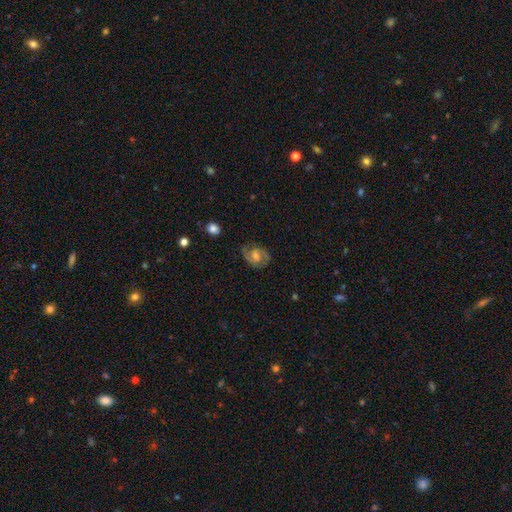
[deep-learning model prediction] Smooth or featured: featured or disk — 78% (smooth — 15%)
Edge-on disk: no — 97% (yes — 3%)
Bar: weak — 50% (no — 37%)
Spiral arms: yes — 94% (no — 6%)
Spiral winding: medium — 52% (tight — 34%)
Spiral arm count: 2 — 90% (can't tell — 5%)
Bulge size: moderate — 57% (small — 24%)
Merging: none — 78% (minor disturbance — 15%)